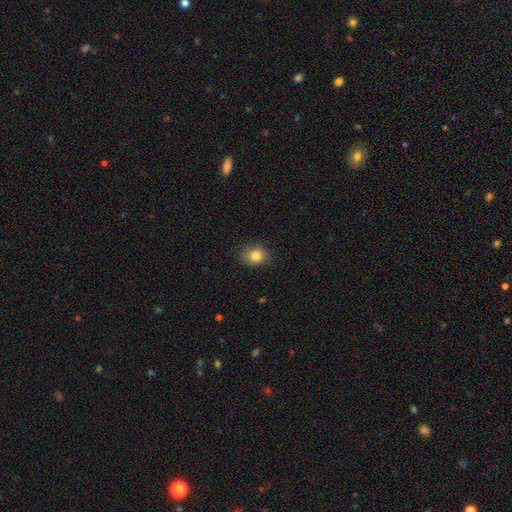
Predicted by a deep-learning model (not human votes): smooth_or_featured: smooth (p=0.84) [alt: star or artifact p=0.10]
how_rounded: round (p=0.58) [alt: in between p=0.41]
merging: none (p=0.82) [alt: minor disturbance p=0.14]